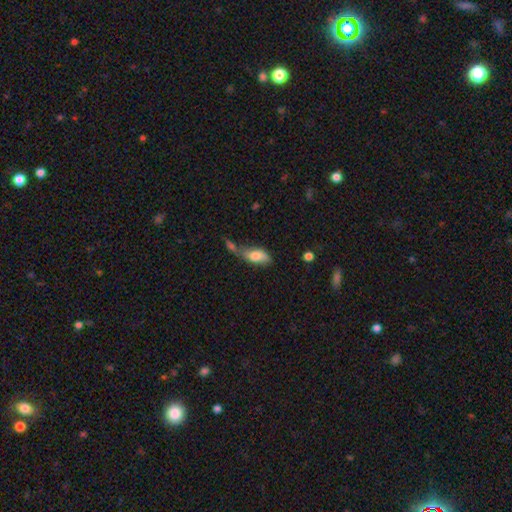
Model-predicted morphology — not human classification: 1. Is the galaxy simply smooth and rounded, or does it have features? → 68% smooth, 24% featured or disk, 8% star or artifact.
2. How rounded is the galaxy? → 83% in between, 13% cigar-shaped, 4% round.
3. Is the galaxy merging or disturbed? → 42% merger, 30% none, 17% minor disturbance, 11% major disturbance.